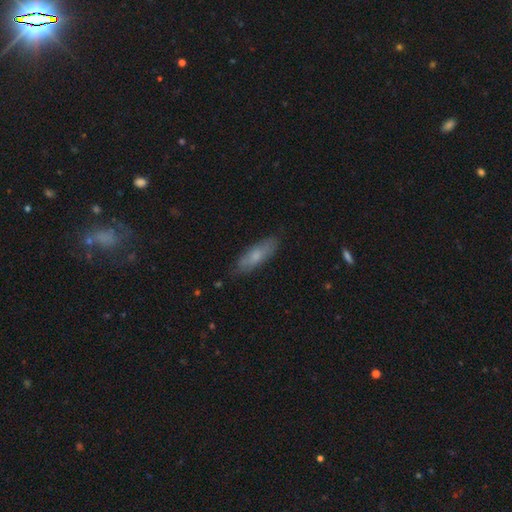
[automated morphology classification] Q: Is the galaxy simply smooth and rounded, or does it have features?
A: smooth — 68%.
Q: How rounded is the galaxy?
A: cigar-shaped — 52%.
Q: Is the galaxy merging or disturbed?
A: none — 82%.